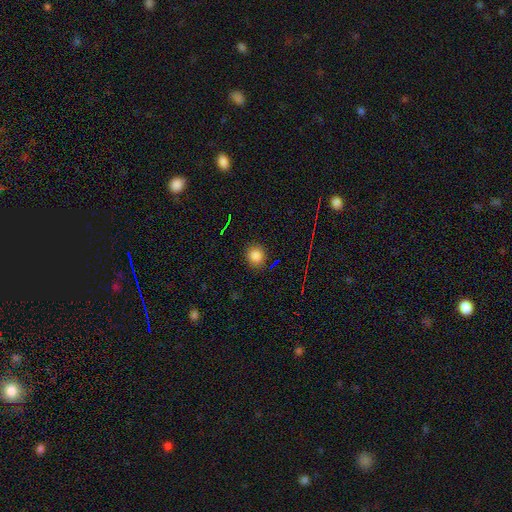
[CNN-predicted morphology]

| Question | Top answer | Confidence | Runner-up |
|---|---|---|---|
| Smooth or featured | smooth | 81% | star or artifact (14%) |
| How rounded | round | 79% | in between (20%) |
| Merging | none | 86% | minor disturbance (10%) |